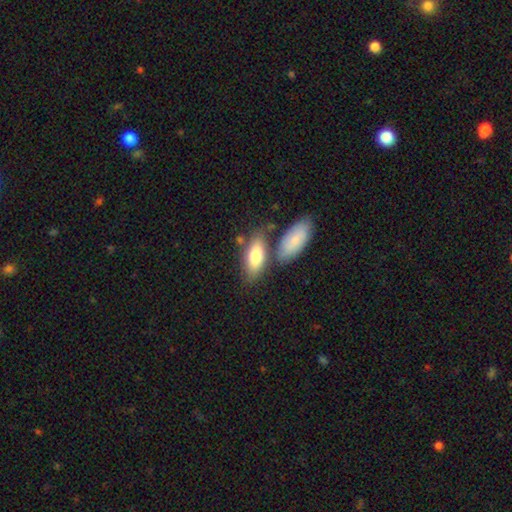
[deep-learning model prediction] Smooth or featured? Predicted: smooth (p=0.80). How rounded? Predicted: in between (p=0.83). Merging? Predicted: none (p=0.58).